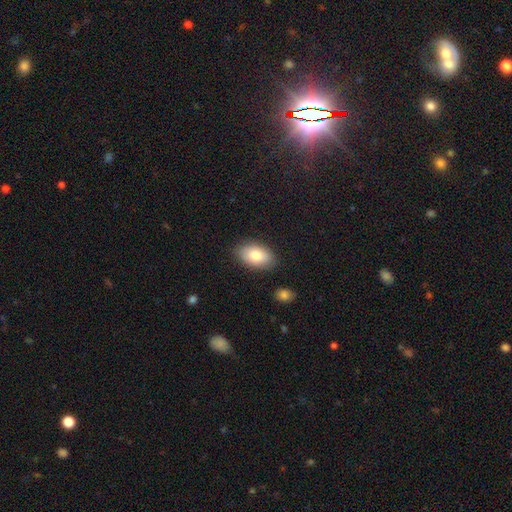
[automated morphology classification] A smooth galaxy with no disk features (80%) that is in between round and cigar-shaped (92%). Merging: none (83%).